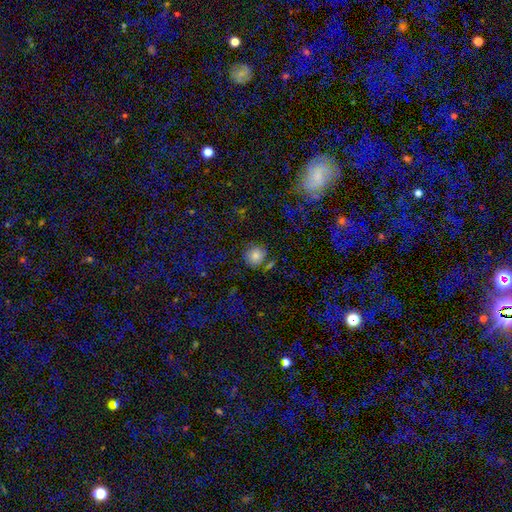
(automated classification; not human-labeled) smooth-or-featured: smooth: 79% | star or artifact: 12% | featured or disk: 9%
  how-rounded: round: 89% | in between: 10% | cigar-shaped: 1%
  merging: none: 75% | minor disturbance: 13% | merger: 7% | major disturbance: 5%